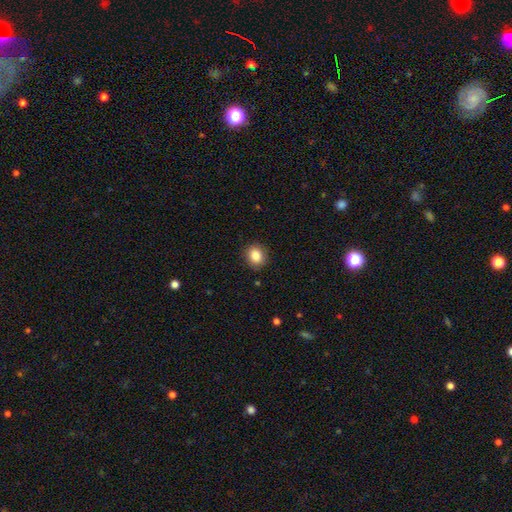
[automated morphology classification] Smooth or featured?
  - smooth: 85% *
  - star or artifact: 9%
  - featured or disk: 6%
How rounded?
  - round: 73% *
  - in between: 26%
  - cigar-shaped: 1%
Merging?
  - none: 89% *
  - minor disturbance: 8%
  - major disturbance: 2%
  - merger: 1%